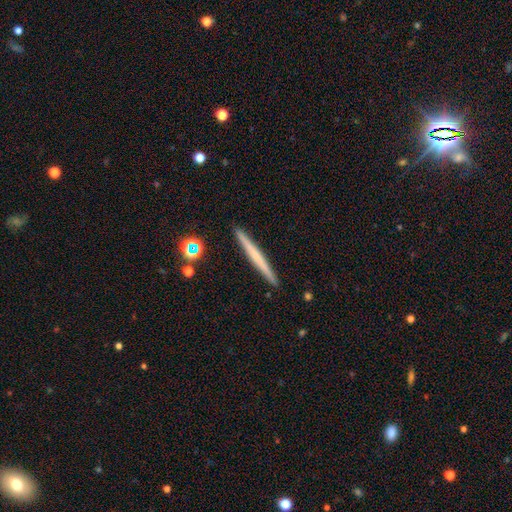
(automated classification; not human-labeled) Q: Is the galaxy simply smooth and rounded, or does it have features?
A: smooth — 49%.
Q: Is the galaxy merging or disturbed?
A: none — 92%.